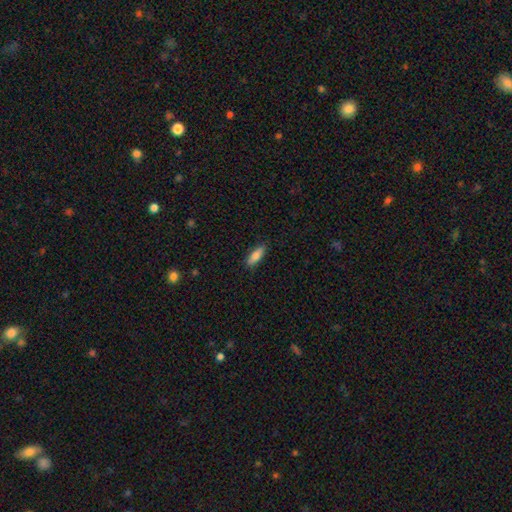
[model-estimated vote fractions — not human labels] Smooth or featured? smooth (78%)
How rounded? in between (58%)
Merging? none (87%)